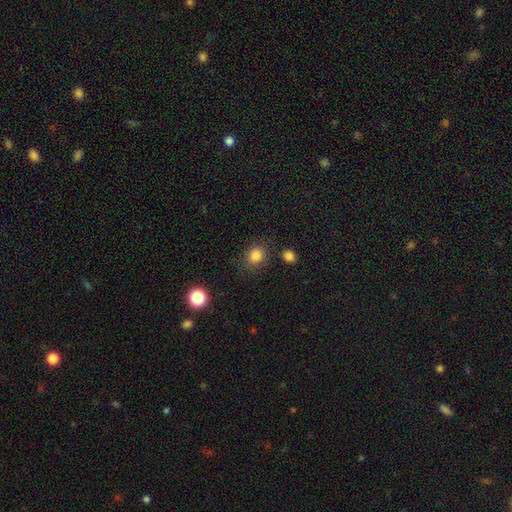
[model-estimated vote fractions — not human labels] Smooth or featured: smooth — 84% (star or artifact — 11%)
How rounded: round — 67% (in between — 32%)
Merging: none — 80% (minor disturbance — 11%)